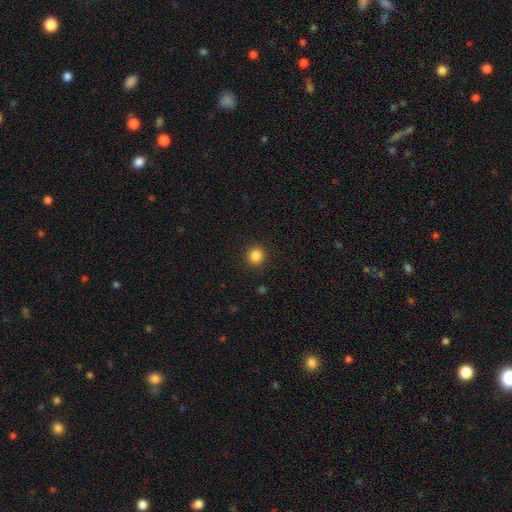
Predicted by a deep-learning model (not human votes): smooth_or_featured: smooth (p=0.86) [alt: star or artifact p=0.11]
how_rounded: round (p=0.93) [alt: in between p=0.06]
merging: none (p=0.92) [alt: minor disturbance p=0.05]